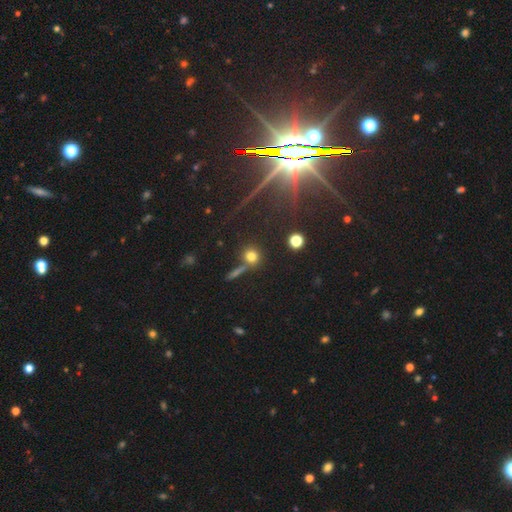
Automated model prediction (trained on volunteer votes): Q: Smooth or featured?
A: star or artifact (67%); runner-up: featured or disk (20%)